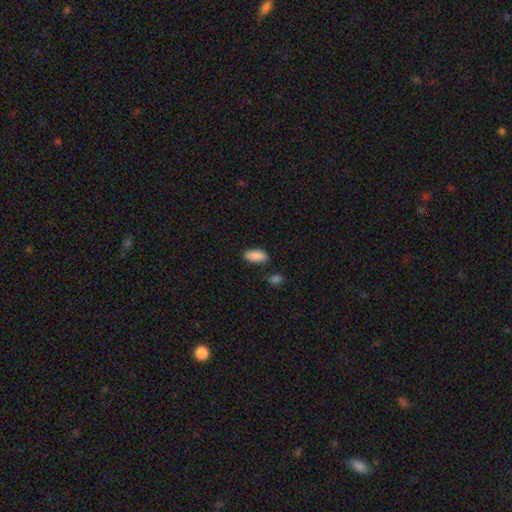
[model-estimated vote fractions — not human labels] This appears to be a smooth galaxy with no disk features (89%) that is in between round and cigar-shaped (91%). Merging: none (82%).